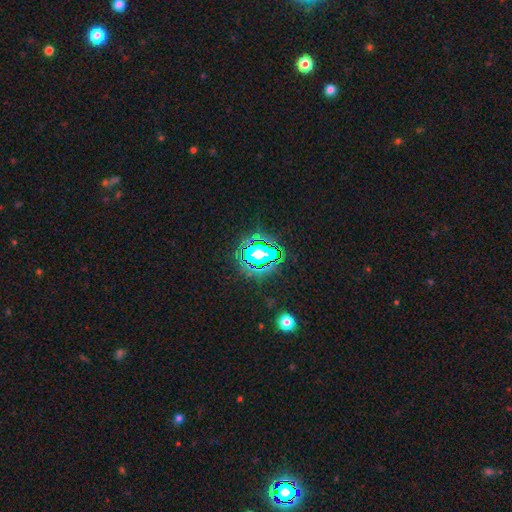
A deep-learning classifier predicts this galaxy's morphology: This is clearly a star or artifact rather than a galaxy (81%).